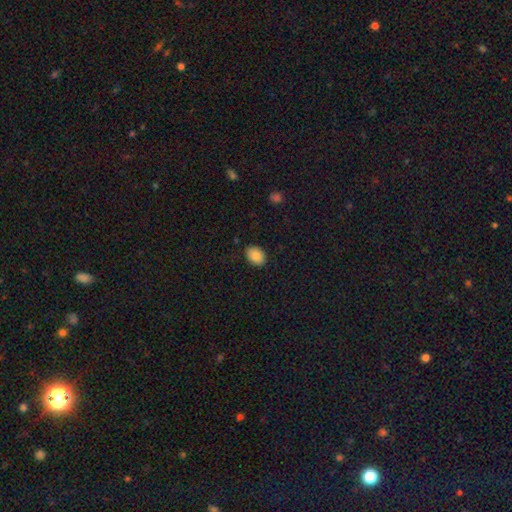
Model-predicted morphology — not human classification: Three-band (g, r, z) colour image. It shows a smooth galaxy with no disk features (87%) that is in between round and cigar-shaped (75%). Merging: none (87%).